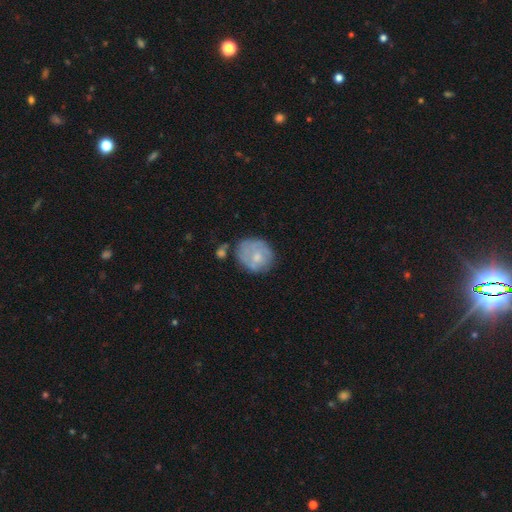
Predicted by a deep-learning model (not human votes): Smooth or featured?
  - smooth: 50% *
  - featured or disk: 43%
  - star or artifact: 7%
Merging?
  - none: 55% *
  - minor disturbance: 26%
  - major disturbance: 12%
  - merger: 6%